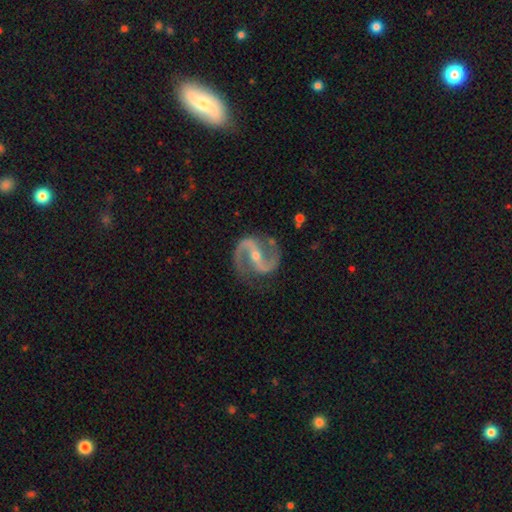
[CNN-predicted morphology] A featured or disk galaxy (93%) with a strong bar (54%), 2 (94%) medium (59%) spiral arms (98%) and a small central bulge (59%). Merging: none (82%).